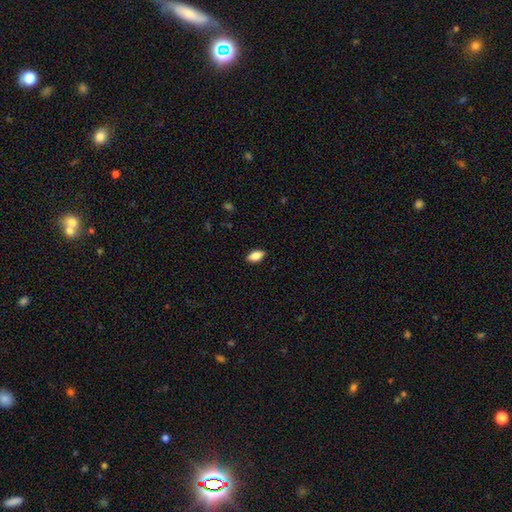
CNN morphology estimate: smooth-or-featured: smooth: 83% | featured or disk: 9% | star or artifact: 7%
  how-rounded: in between: 89% | cigar-shaped: 7% | round: 4%
  merging: none: 88% | minor disturbance: 9% | major disturbance: 2% | merger: 1%